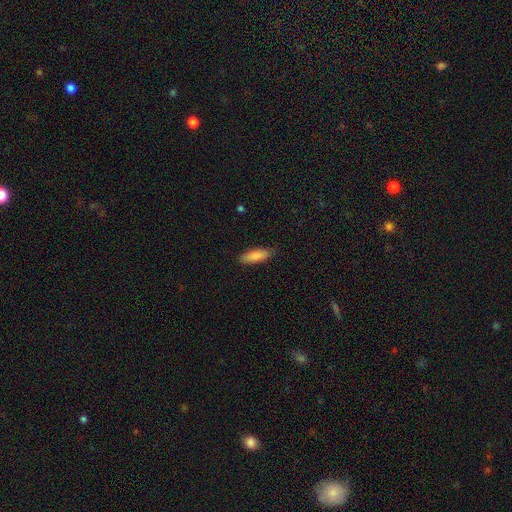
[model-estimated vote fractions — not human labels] This is clearly a smooth galaxy (86%). How rounded: possibly in between (52%). Merging: clearly none (86%).